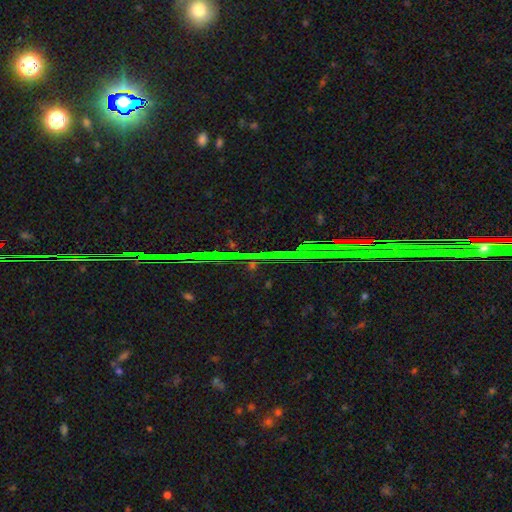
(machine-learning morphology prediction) This is clearly a star or artifact rather than a galaxy (85%).